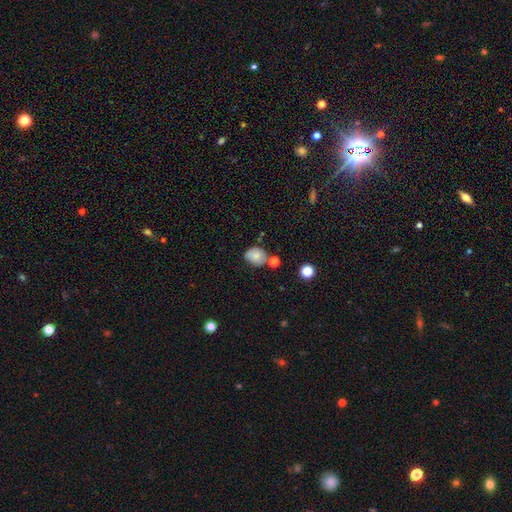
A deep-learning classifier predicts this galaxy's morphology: Overall: smooth (76%). How rounded: round (56%; in between 43%). Merging: none (62%).